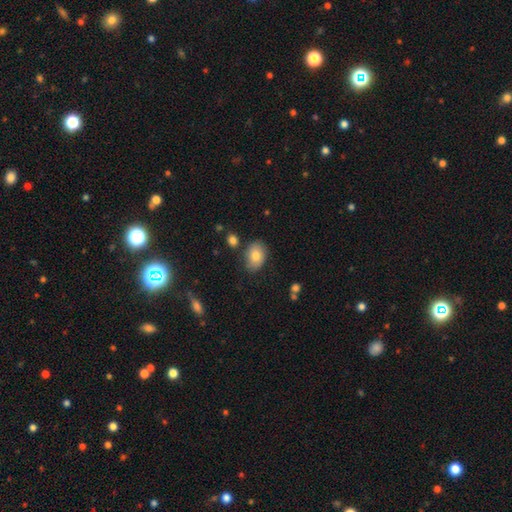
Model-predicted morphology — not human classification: smooth 79%, featured or disk 13%, star or artifact 8%. Down the decision tree: how rounded — in between (77%); merging — none (78%).